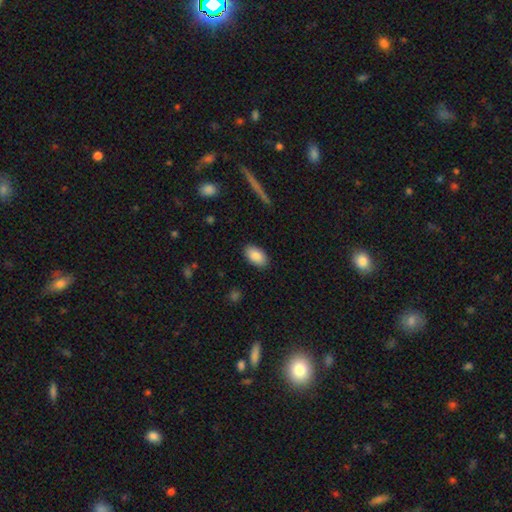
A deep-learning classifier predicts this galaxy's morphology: smooth 88%, star or artifact 7%, featured or disk 6%. Down the decision tree: how rounded — in between (94%); merging — none (88%).